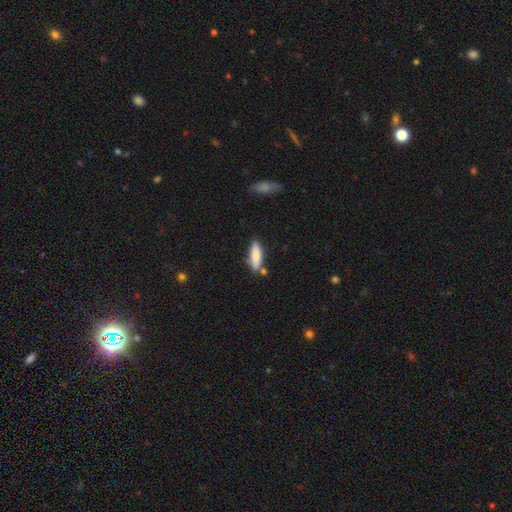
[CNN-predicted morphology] smooth-or-featured: smooth: 81% | featured or disk: 13% | star or artifact: 6%
  how-rounded: in between: 49% (tied) | cigar-shaped: 49% (tied) | round: 2%
  merging: none: 73% | minor disturbance: 15% | merger: 9% | major disturbance: 3%